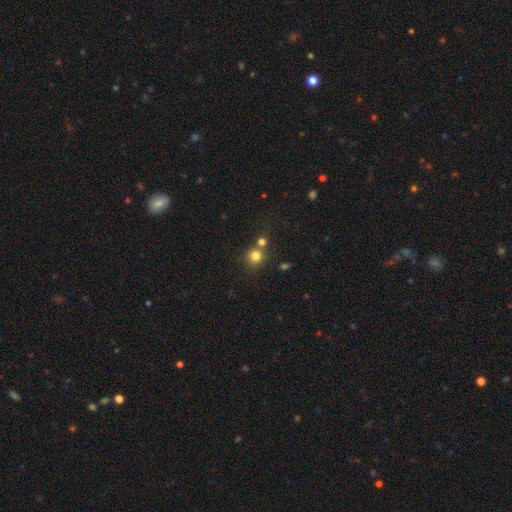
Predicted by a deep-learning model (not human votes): This appears to be a smooth galaxy with no disk features (79%) that is round (90%). Merging: none (61%).